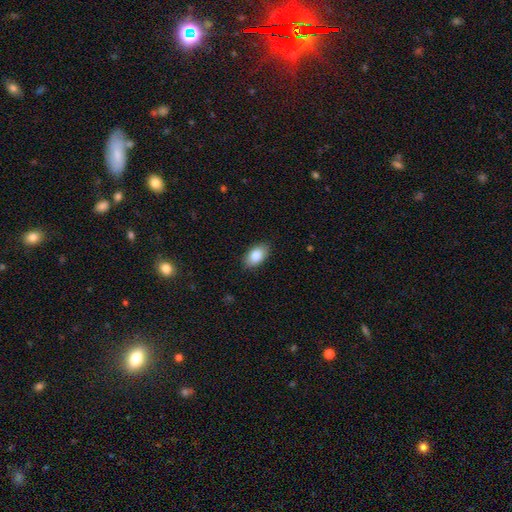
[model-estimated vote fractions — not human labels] smooth 82%, featured or disk 11%, star or artifact 7%. Down the decision tree: how rounded — in between (92%); merging — none (87%).